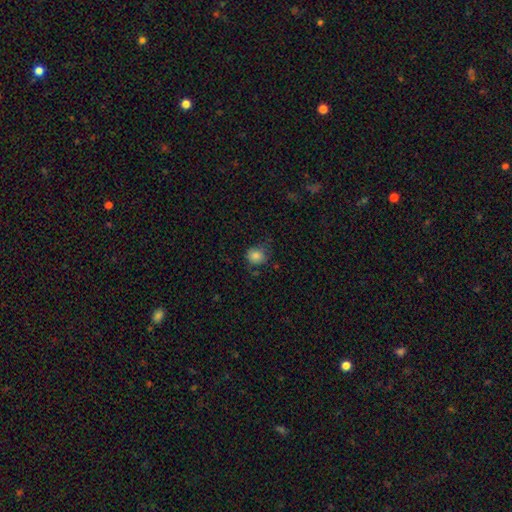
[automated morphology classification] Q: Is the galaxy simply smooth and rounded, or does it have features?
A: smooth — 83%.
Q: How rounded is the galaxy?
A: round — 78%.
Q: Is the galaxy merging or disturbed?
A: none — 67%.